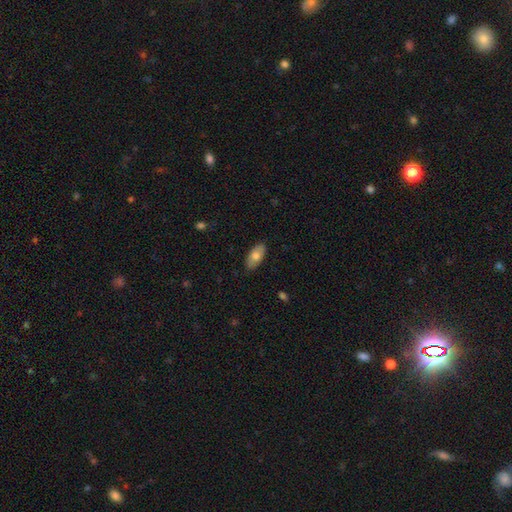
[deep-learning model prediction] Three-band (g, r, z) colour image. It shows a smooth galaxy with no disk features (69%) that is in between round and cigar-shaped (92%). Merging: none (85%).